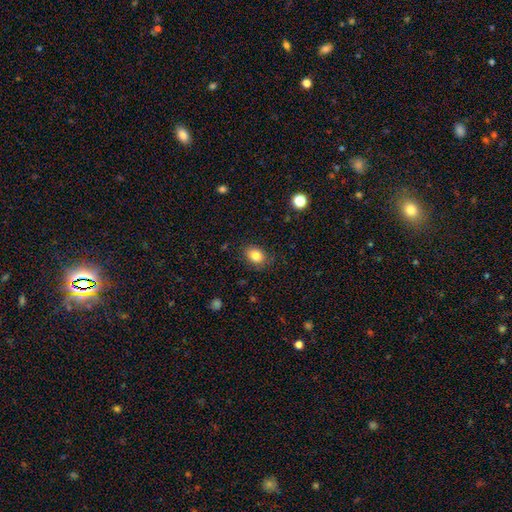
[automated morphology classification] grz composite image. It shows a smooth galaxy with no disk features (83%) that is in between round and cigar-shaped (65%). Merging: none (84%).